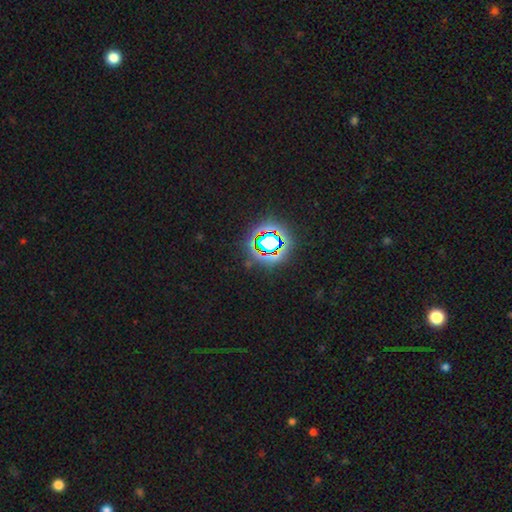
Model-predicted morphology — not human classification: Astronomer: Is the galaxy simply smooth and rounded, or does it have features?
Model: star or artifact — 78%.